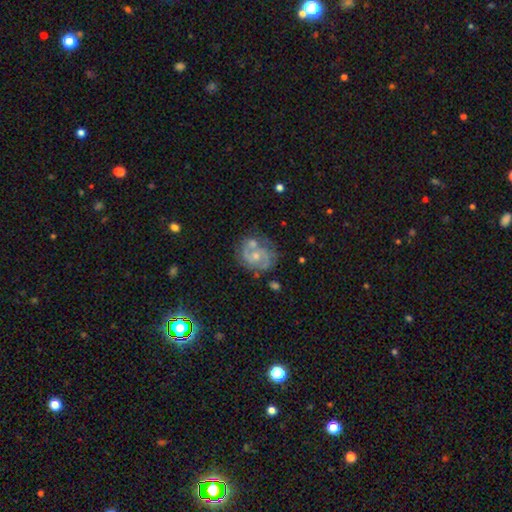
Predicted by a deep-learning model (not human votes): Morphology: type=featured or disk (80%); edge-on=no (98%); bar=no (66%); spiral arms=yes (92%); winding=medium (46%); arm count=2 (71%); bulge=small (49%); merging=none (55%).